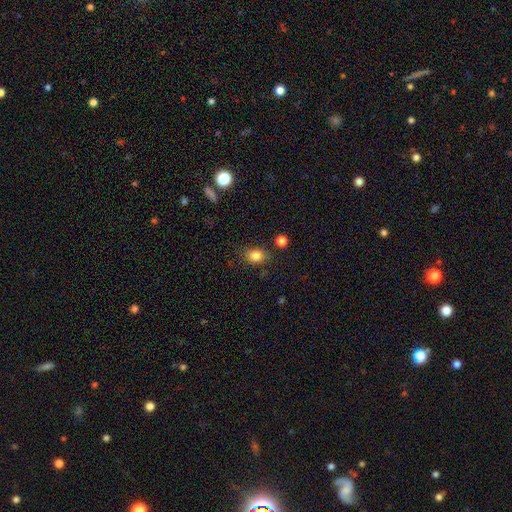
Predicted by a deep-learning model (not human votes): Q: Smooth or featured?
A: smooth (84%); runner-up: star or artifact (10%)
Q: How rounded?
A: in between (62%); runner-up: round (37%)
Q: Merging?
A: none (77%); runner-up: minor disturbance (15%)